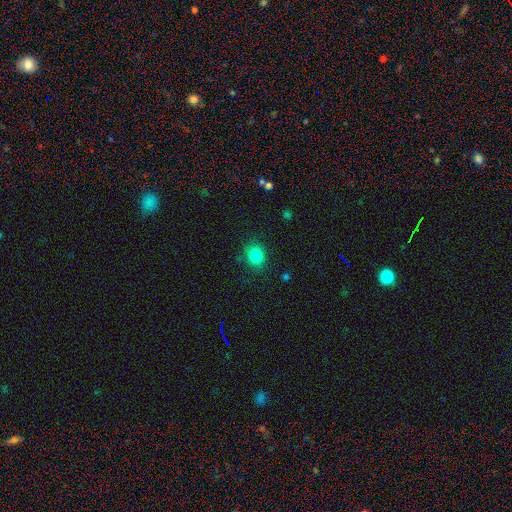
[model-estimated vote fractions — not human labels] Smooth or featured? smooth (84%)
How rounded? round (66%)
Merging? none (82%)